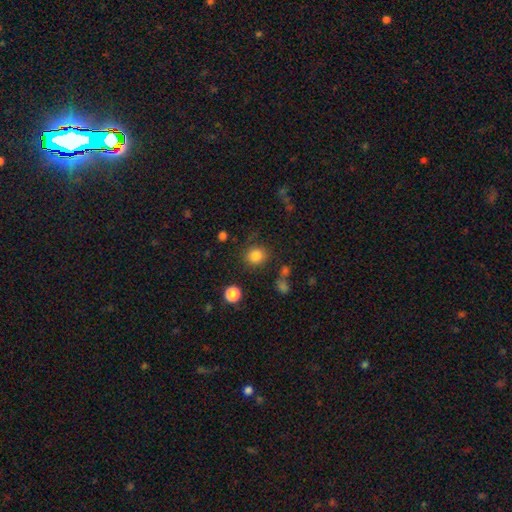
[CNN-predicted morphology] Smooth or featured? smooth (83%)
How rounded? round (83%)
Merging? none (81%)